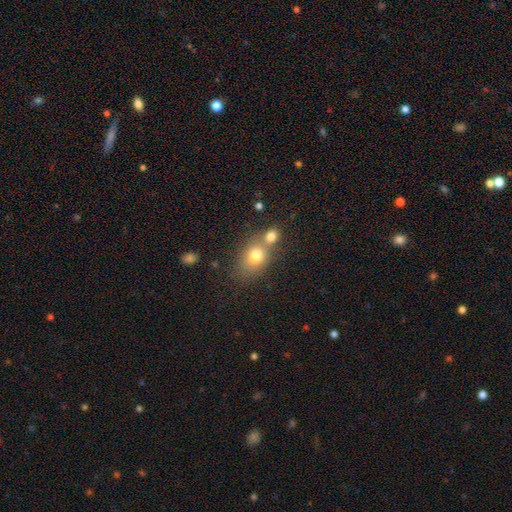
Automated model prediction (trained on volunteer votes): Q: Smooth or featured?
A: smooth (76%); runner-up: featured or disk (14%)
Q: How rounded?
A: in between (60%); runner-up: round (38%)
Q: Merging?
A: merger (46%); runner-up: none (39%)